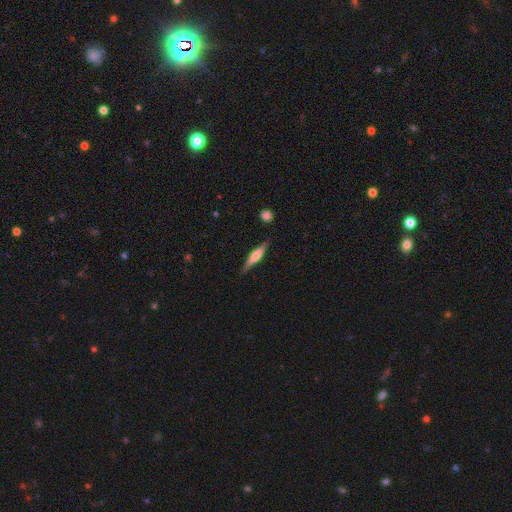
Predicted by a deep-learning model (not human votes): smooth_or_featured: featured or disk (p=0.58) [alt: smooth p=0.35]
disk_edge_on: yes (p=0.96) [alt: no p=0.04]
edge_on_bulge: rounded (p=0.70) [alt: boxy p=0.23]
merging: none (p=0.83) [alt: minor disturbance p=0.12]